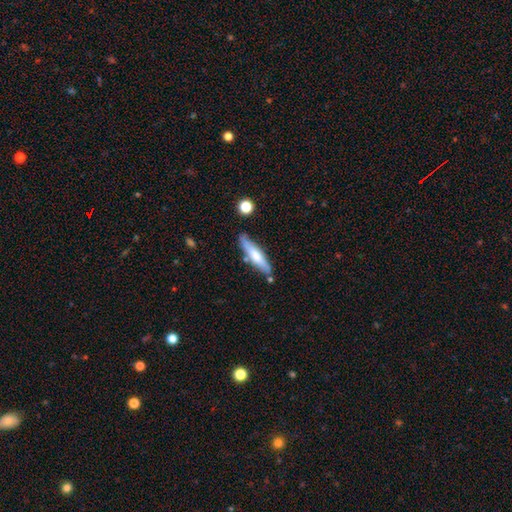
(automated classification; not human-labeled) Smooth or featured? Predicted: smooth (p=0.60). How rounded? Predicted: cigar-shaped (p=0.78). Merging? Predicted: none (p=0.75).